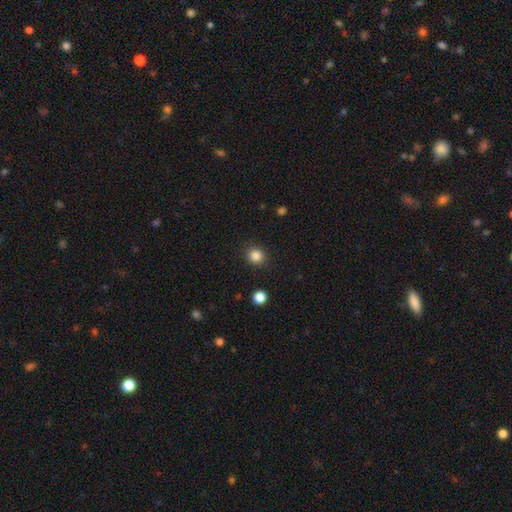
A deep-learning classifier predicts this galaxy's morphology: Q: Smooth or featured?
A: smooth (84%); runner-up: star or artifact (12%)
Q: How rounded?
A: round (85%); runner-up: in between (14%)
Q: Merging?
A: none (90%); runner-up: minor disturbance (6%)